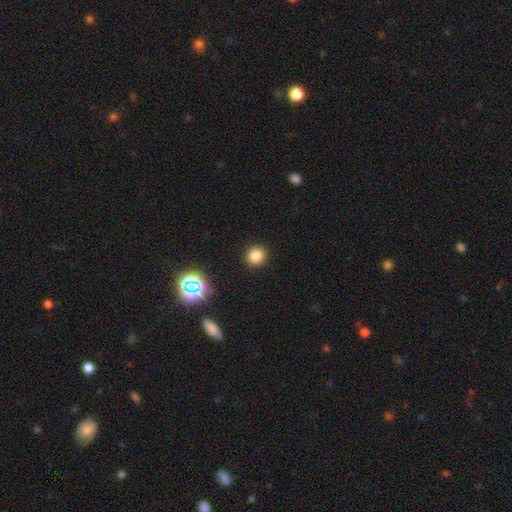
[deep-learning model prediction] Smooth or featured: smooth — 80% (star or artifact — 15%)
How rounded: round — 92% (in between — 7%)
Merging: none — 91% (minor disturbance — 5%)